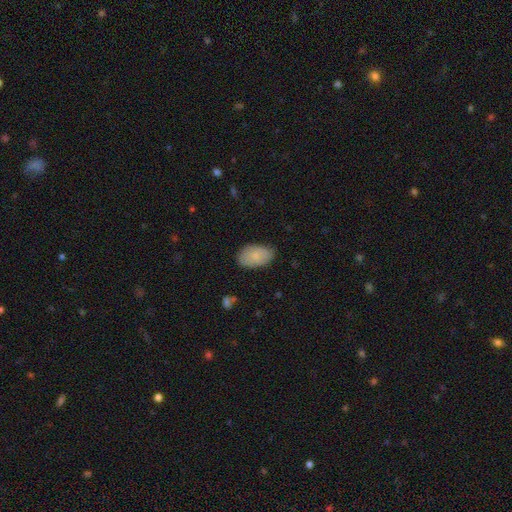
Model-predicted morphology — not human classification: This is clearly a smooth galaxy (82%). How rounded: clearly in between (93%). Merging: clearly none (80%).